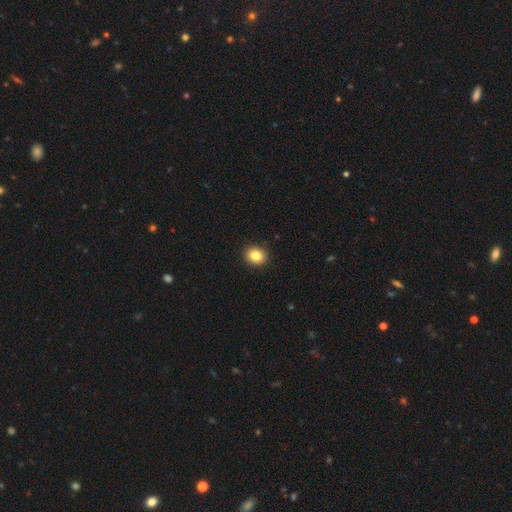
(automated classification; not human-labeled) Smooth or featured? smooth (84%)
How rounded? round (70%)
Merging? none (91%)